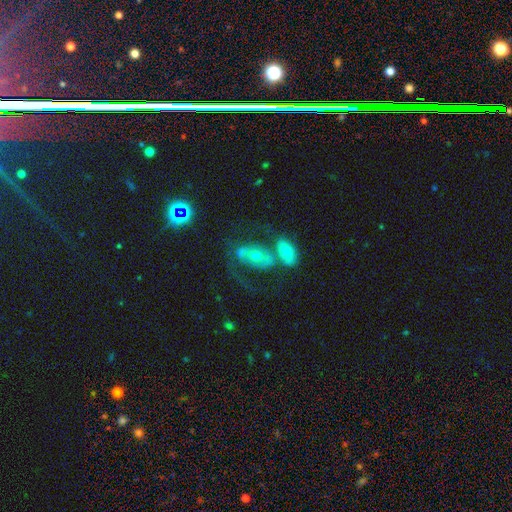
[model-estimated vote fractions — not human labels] The model was most divided on "spiral arms": yes: 51%, no: 49%. Remaining: edge-on disk — no (91%); bulge size — moderate (60%); bar — no (59%); smooth or featured — featured or disk (56%); merging — merger (38%).